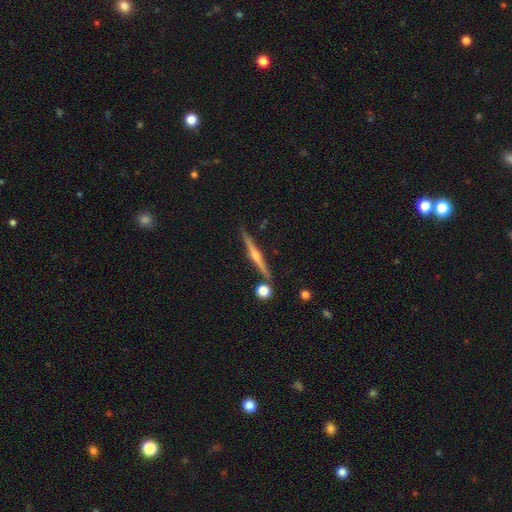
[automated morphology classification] This is likely a featured or disk galaxy (73%). It is clearly viewed edge-on (98%). Edge-on bulge: likely rounded (78%). Merging: clearly none (85%).